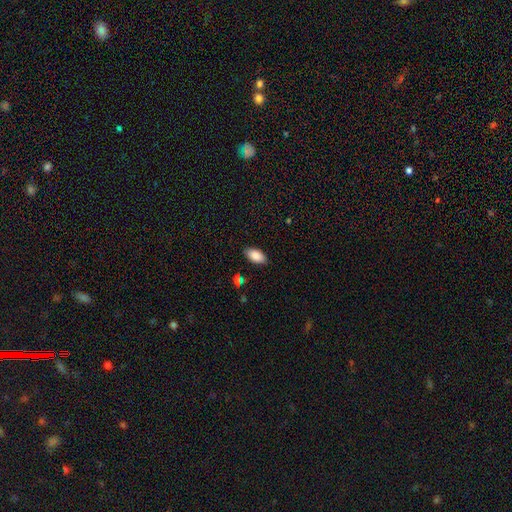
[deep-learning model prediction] smooth 87%, star or artifact 7%, featured or disk 6%. Down the decision tree: how rounded — in between (93%); merging — none (87%).